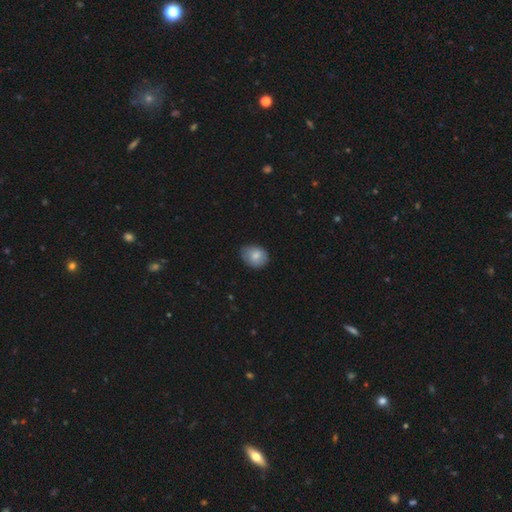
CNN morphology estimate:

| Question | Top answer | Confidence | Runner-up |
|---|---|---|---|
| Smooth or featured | smooth | 81% | featured or disk (11%) |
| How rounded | in between | 55% | round (44%) |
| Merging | none | 66% | minor disturbance (29%) |